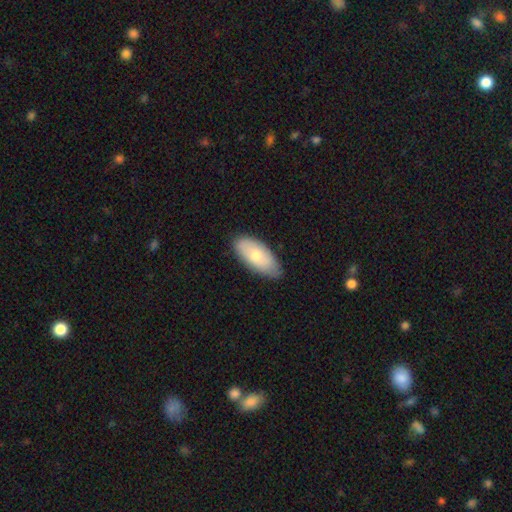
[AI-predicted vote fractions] smooth_or_featured: smooth (p=0.71) [alt: featured or disk p=0.23]
how_rounded: in between (p=0.91) [alt: cigar-shaped p=0.06]
merging: none (p=0.78) [alt: minor disturbance p=0.18]